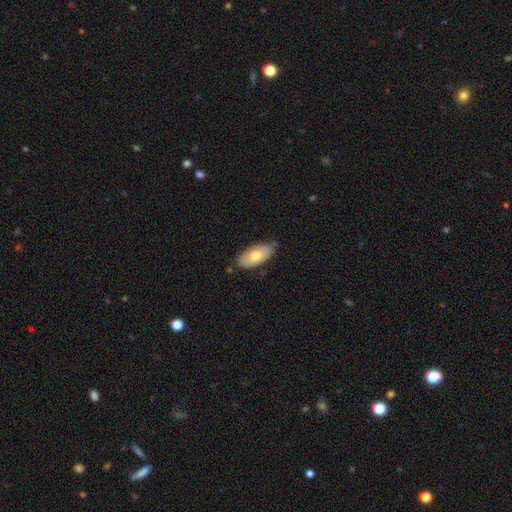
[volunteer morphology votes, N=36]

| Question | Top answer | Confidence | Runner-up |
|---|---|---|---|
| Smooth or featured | smooth | 78% | featured or disk (22%) |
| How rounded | in between | 86% | cigar-shaped (14%) |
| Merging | none | 83% | minor disturbance (8%) |